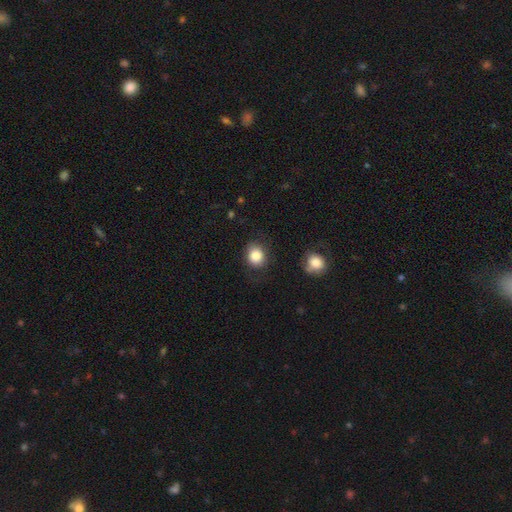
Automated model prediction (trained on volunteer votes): smooth_or_featured: smooth (p=0.86) [alt: star or artifact p=0.08]
how_rounded: round (p=0.64) [alt: in between p=0.35]
merging: none (p=0.76) [alt: minor disturbance p=0.16]